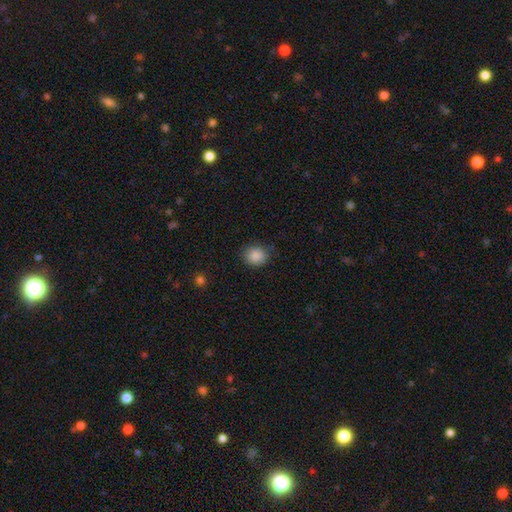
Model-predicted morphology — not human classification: Smooth or featured? Predicted: smooth (p=0.87). How rounded? Predicted: round (p=0.78). Merging? Predicted: none (p=0.82).